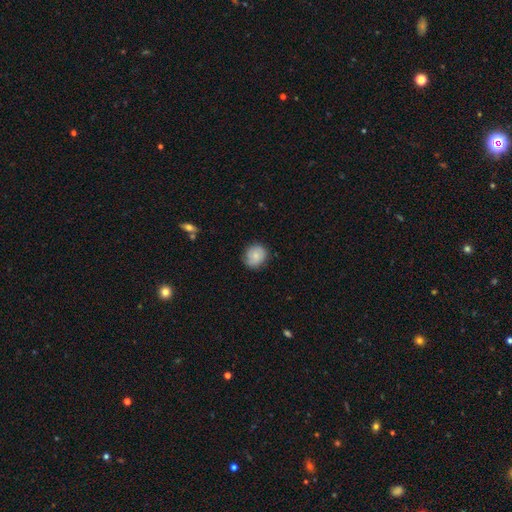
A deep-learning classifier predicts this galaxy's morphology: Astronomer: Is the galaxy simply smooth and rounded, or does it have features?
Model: smooth — 78%.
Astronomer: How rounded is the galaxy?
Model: round — 77%.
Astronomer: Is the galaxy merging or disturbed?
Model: none — 78%.